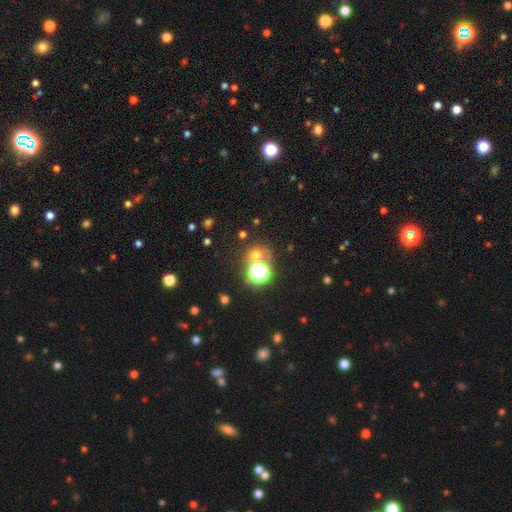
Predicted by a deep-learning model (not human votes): Smooth or featured? Predicted: smooth (p=0.53). How rounded? Predicted: round (p=0.82). Merging? Predicted: none (p=0.63).